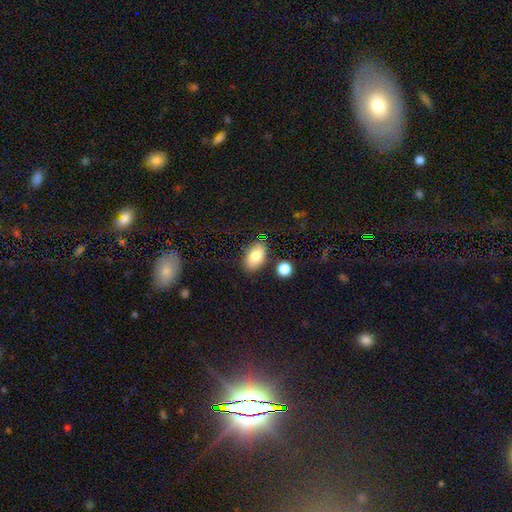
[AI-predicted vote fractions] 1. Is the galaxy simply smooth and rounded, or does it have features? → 79% smooth, 13% featured or disk, 8% star or artifact.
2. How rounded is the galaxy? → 90% in between, 8% round, 2% cigar-shaped.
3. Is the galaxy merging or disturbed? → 79% none, 13% minor disturbance, 5% merger, 3% major disturbance.